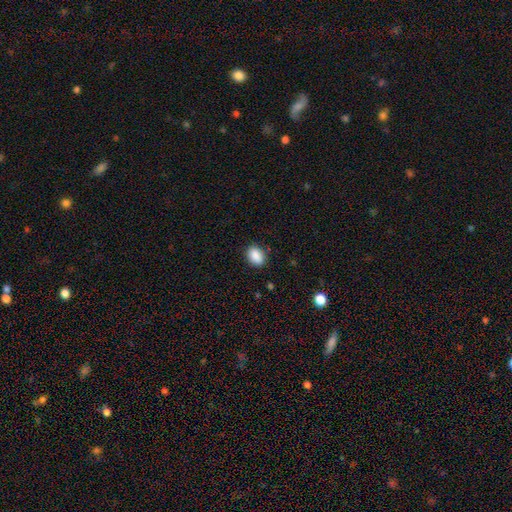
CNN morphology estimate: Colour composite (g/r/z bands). It shows a smooth galaxy with no disk features (89%) that is in between round and cigar-shaped (78%). Merging: none (85%).